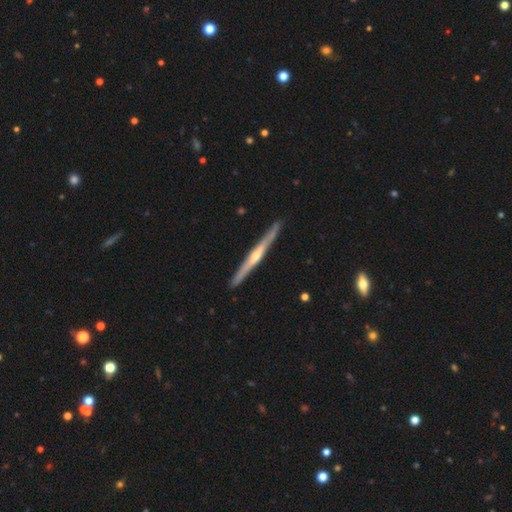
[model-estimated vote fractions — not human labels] Smooth or featured: featured or disk — 78% (smooth — 17%)
Edge-on disk: yes — 98% (no — 2%)
Edge-on bulge: rounded — 77% (none — 18%)
Merging: none — 92% (minor disturbance — 6%)